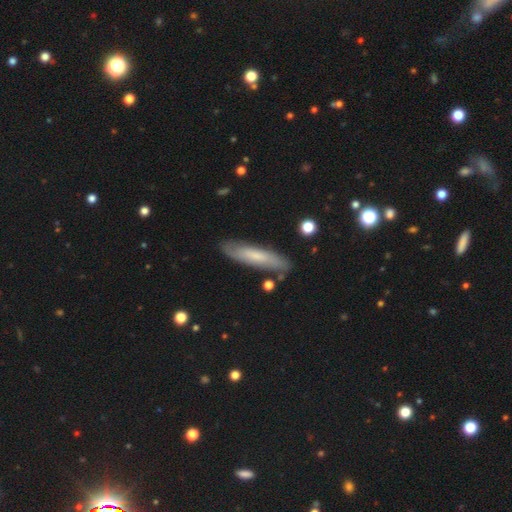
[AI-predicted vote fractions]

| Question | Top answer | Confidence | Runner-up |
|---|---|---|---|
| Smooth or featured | smooth | 56% | featured or disk (37%) |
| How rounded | cigar-shaped | 80% | in between (19%) |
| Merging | none | 83% | minor disturbance (12%) |